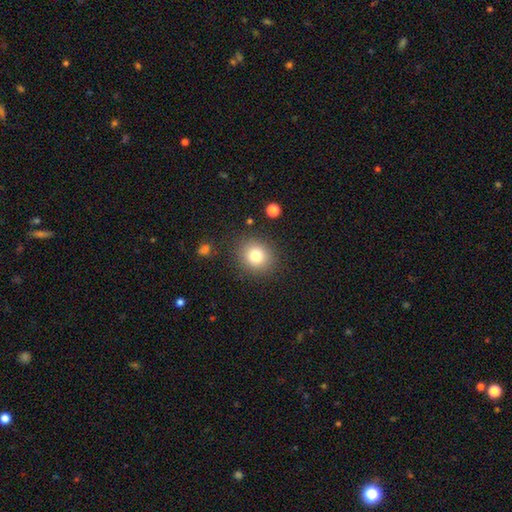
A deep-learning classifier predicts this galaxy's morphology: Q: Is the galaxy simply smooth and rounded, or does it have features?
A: smooth — 80%.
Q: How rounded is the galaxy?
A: round — 81%.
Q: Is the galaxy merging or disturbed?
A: none — 87%.